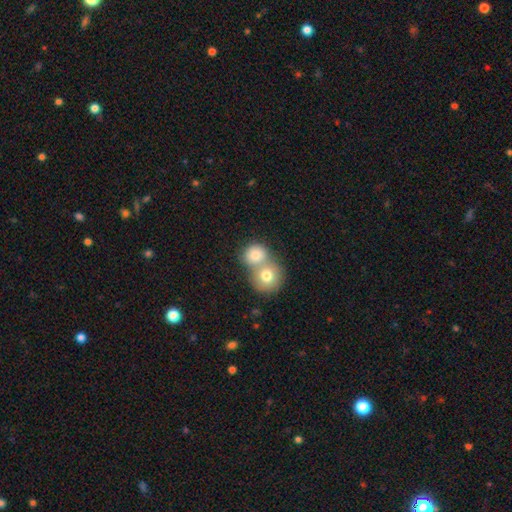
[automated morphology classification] A smooth galaxy with no disk features (77%) that is round (80%).

Vote fractions:
- Smooth or featured? smooth: 77% / featured or disk: 13% / star or artifact: 10%
- How rounded? round: 80% / in between: 19% / cigar-shaped: 1%
- Merging? merger: 61% / none: 32% / minor disturbance: 5% / major disturbance: 2%